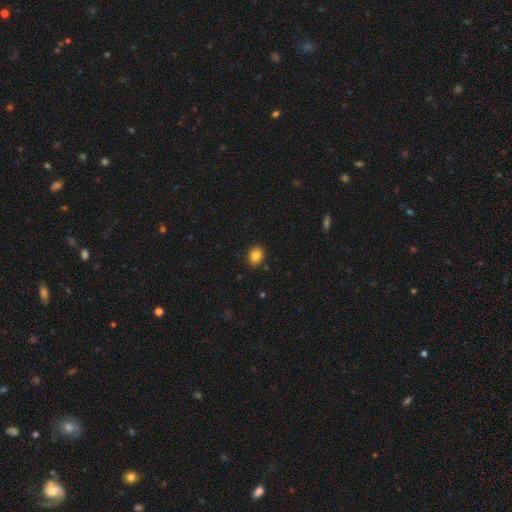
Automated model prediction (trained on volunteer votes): smooth 83%, star or artifact 10%, featured or disk 6%. Down the decision tree: how rounded — round (55%); merging — none (89%).